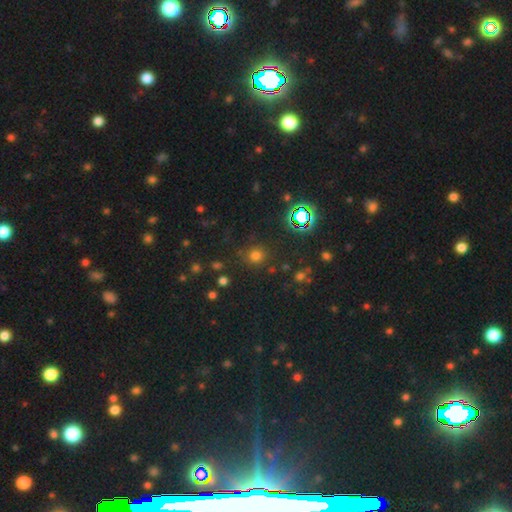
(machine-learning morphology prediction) A smooth galaxy with no disk features (67%) that is round (89%).

Vote fractions:
- Smooth or featured? smooth: 67% / star or artifact: 26% / featured or disk: 7%
- How rounded? round: 89% / in between: 9% / cigar-shaped: 1%
- Merging? none: 81% / minor disturbance: 11% / major disturbance: 5% / merger: 4%